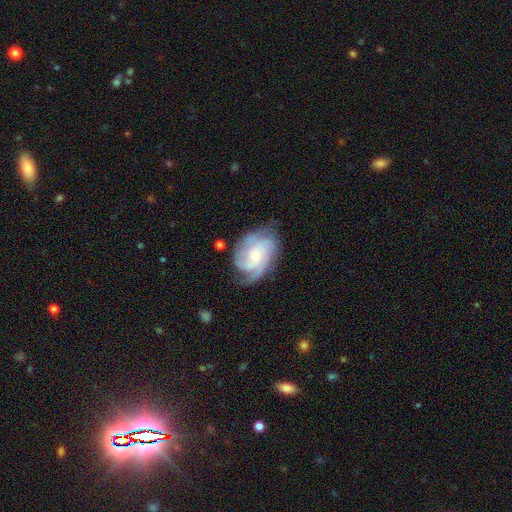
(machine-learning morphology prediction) Overall: featured or disk (84%). Edge-on disk: no (97%). Bar: no (70%). Spiral arms: yes (97%). Spiral arm count: 3 (36%; can't tell 20%). Spiral winding: tight (51%; medium 39%). Bulge size: small (51%; moderate 42%). Merging: none (69%).